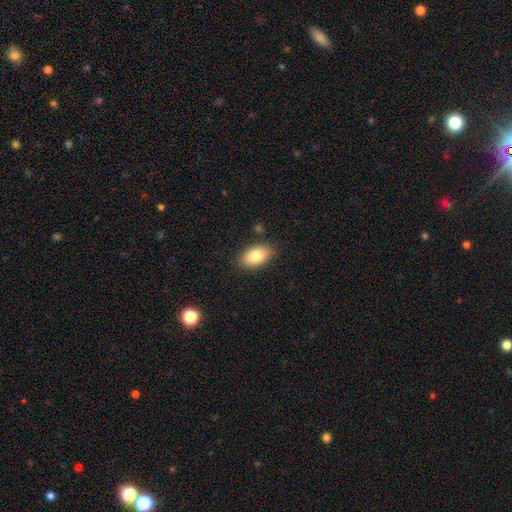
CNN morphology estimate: smooth-or-featured: smooth: 83% | featured or disk: 10% | star or artifact: 7%
  how-rounded: in between: 92% | round: 6% | cigar-shaped: 2%
  merging: none: 85% | minor disturbance: 11% | major disturbance: 3% | merger: 2%